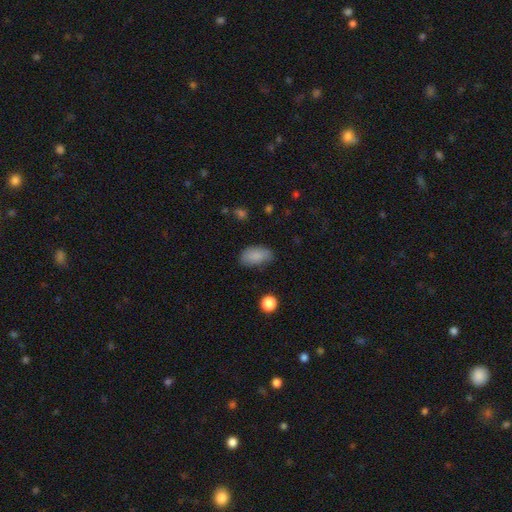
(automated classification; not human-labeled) A smooth galaxy with no disk features (85%) that is in between round and cigar-shaped (93%).

Vote fractions:
- Smooth or featured? smooth: 85% / star or artifact: 8% / featured or disk: 7%
- How rounded? in between: 93% / round: 5% / cigar-shaped: 3%
- Merging? none: 69% / minor disturbance: 23% / major disturbance: 5% / merger: 2%